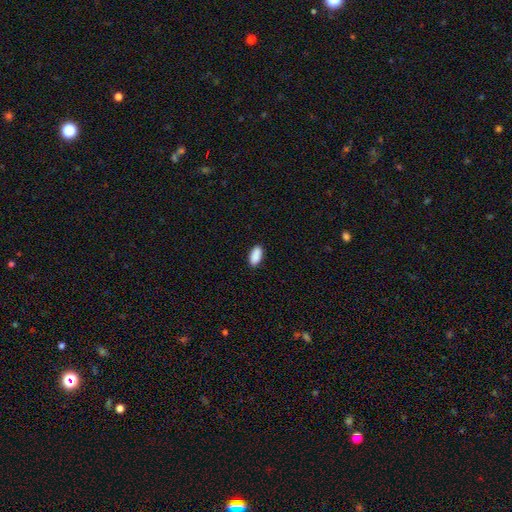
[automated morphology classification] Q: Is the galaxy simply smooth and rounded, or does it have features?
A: smooth — 90%.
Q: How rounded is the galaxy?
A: in between — 91%.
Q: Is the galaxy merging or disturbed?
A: none — 88%.